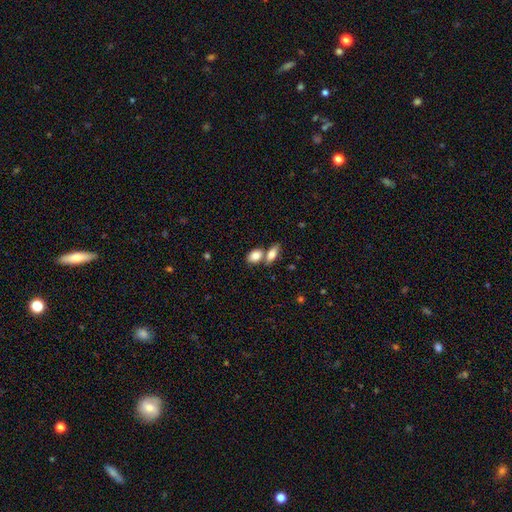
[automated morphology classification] Smooth or featured? Predicted: smooth (p=0.84). How rounded? Predicted: in between (p=0.82). Merging? Predicted: none (p=0.44, tied with merger).